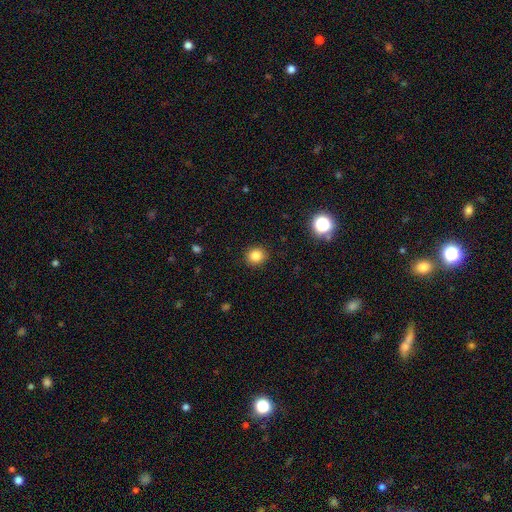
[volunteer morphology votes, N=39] Smooth or featured?
  - smooth: 90% *
  - star or artifact: 10%
  - featured or disk: 0%
How rounded?
  - round: 91% *
  - in between: 6%
  - cigar-shaped: 3%
Merging?
  - none: 83% *
  - minor disturbance: 11%
  - major disturbance: 6%
  - merger: 0%